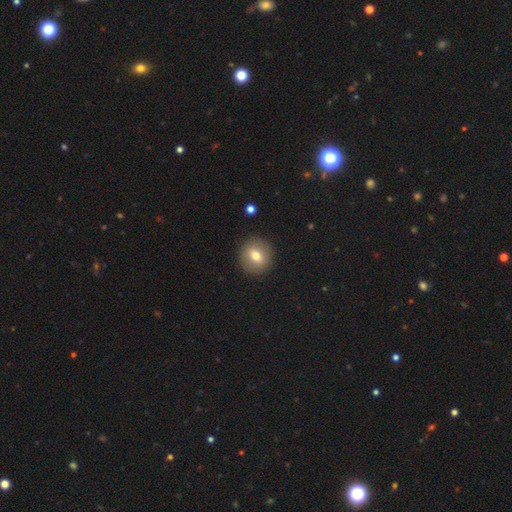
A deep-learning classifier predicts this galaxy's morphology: Smooth or featured? Predicted: smooth (p=0.72). How rounded? Predicted: round (p=0.86). Merging? Predicted: none (p=0.90).